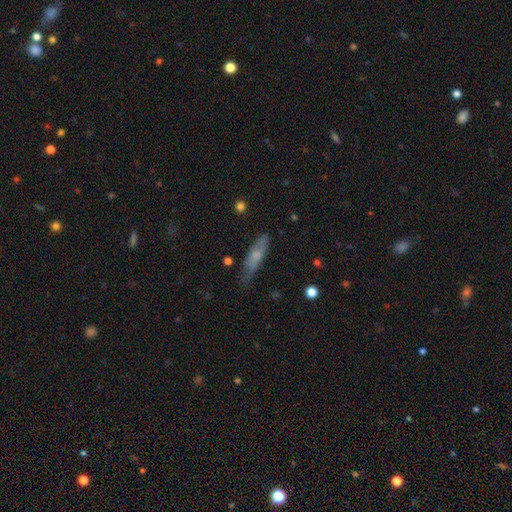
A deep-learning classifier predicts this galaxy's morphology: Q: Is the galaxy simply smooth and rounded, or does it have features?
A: smooth — 61%.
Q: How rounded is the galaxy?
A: cigar-shaped — 70%.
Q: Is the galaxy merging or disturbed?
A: none — 63%.